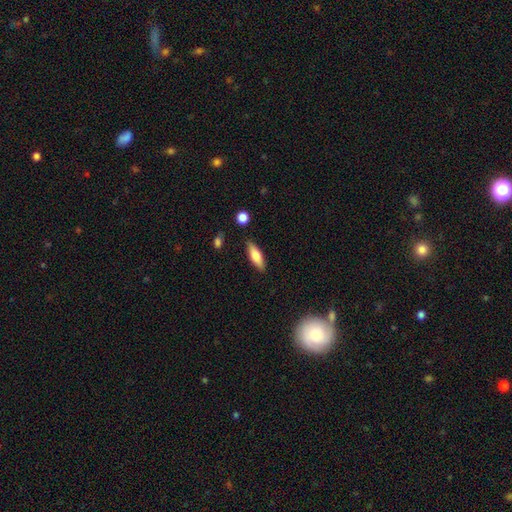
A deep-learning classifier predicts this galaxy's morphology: Smooth or featured?
  - smooth: 72% *
  - featured or disk: 21%
  - star or artifact: 7%
How rounded?
  - in between: 56% *
  - cigar-shaped: 42%
  - round: 2%
Merging?
  - none: 85% *
  - minor disturbance: 10%
  - major disturbance: 2%
  - merger: 2%